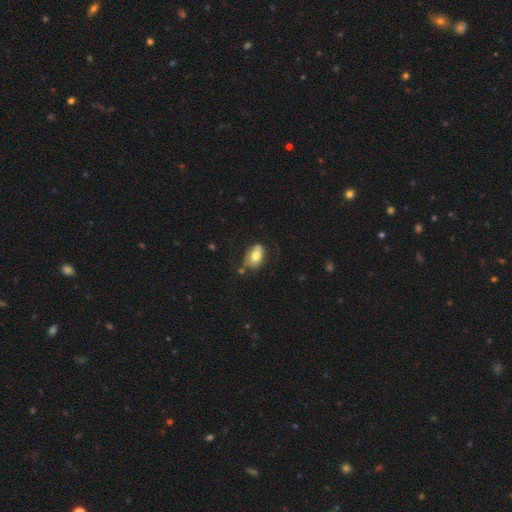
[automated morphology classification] The model was most divided on "merging": none: 61%, minor disturbance: 26%, major disturbance: 7%, merger: 6%. More confident: how rounded — in between (88%); smooth or featured — smooth (74%).